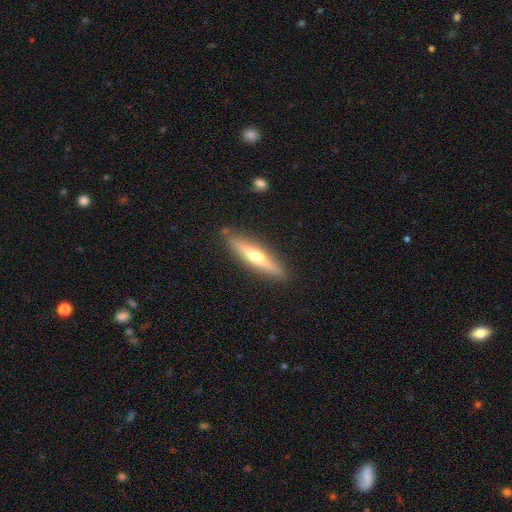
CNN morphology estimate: smooth-or-featured: featured or disk: 55% | smooth: 39% | star or artifact: 6%
  disk-edge-on: yes: 92% | no: 8%
    edge-on-bulge: rounded: 87% | none: 9% | boxy: 4%
  merging: none: 87% | minor disturbance: 9% | major disturbance: 2% | merger: 2%